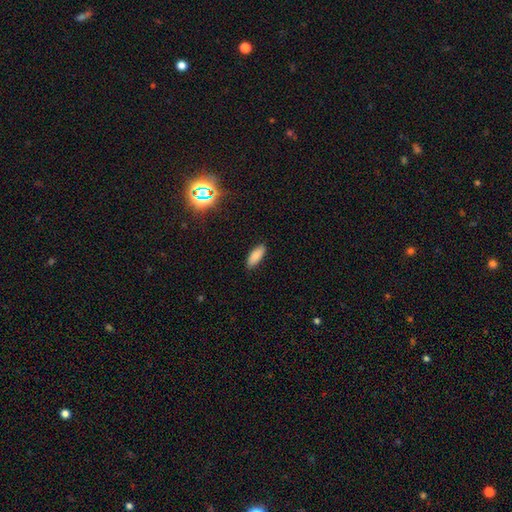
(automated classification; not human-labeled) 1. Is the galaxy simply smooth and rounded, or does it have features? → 83% smooth, 9% star or artifact, 8% featured or disk.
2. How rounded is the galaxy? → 75% in between, 23% cigar-shaped, 2% round.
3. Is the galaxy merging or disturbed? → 86% none, 11% minor disturbance, 2% major disturbance, 1% merger.